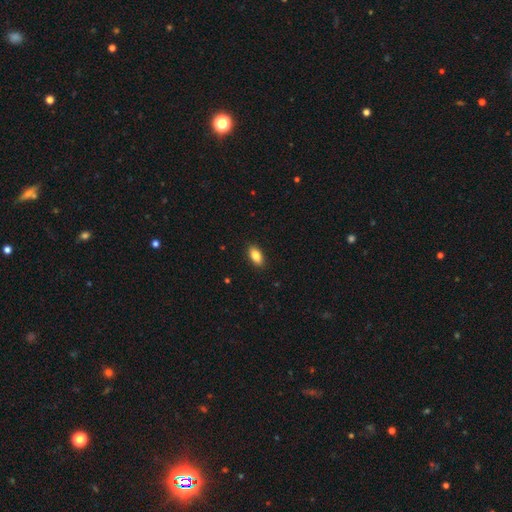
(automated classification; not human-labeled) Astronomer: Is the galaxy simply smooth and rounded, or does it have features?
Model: smooth — 86%.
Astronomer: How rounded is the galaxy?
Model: in between — 91%.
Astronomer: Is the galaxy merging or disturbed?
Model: none — 89%.